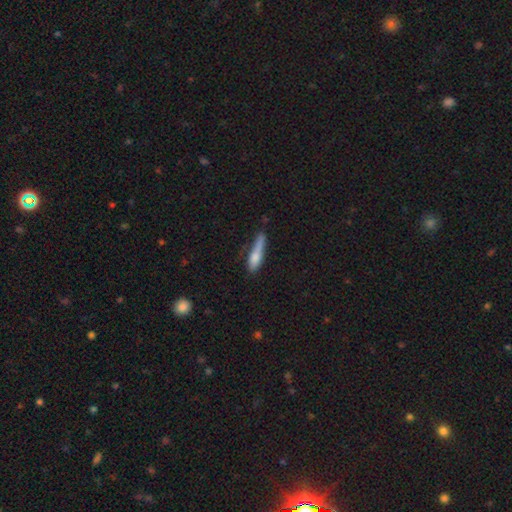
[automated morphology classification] Smooth or featured?
  - smooth: 73% *
  - featured or disk: 20%
  - star or artifact: 7%
How rounded?
  - cigar-shaped: 79% *
  - in between: 19%
  - round: 2%
Merging?
  - none: 47% *
  - minor disturbance: 32%
  - major disturbance: 14%
  - merger: 7%